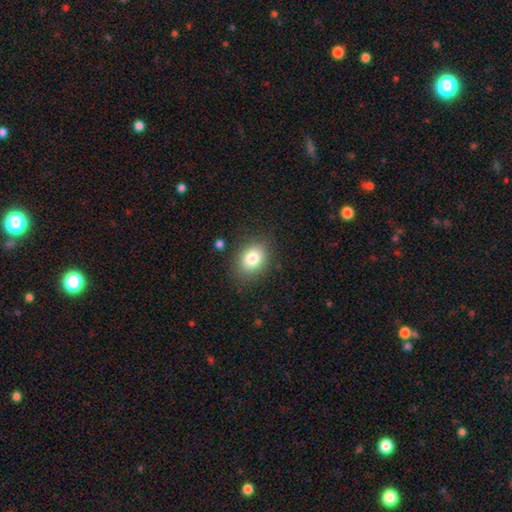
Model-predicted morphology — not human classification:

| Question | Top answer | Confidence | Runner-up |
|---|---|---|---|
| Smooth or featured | smooth | 81% | star or artifact (10%) |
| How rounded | in between | 60% | round (39%) |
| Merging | none | 83% | minor disturbance (11%) |